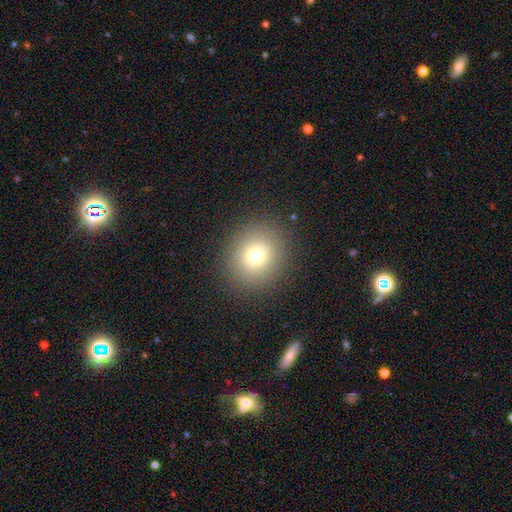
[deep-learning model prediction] Smooth or featured? smooth (74%)
How rounded? round (80%)
Merging? none (89%)